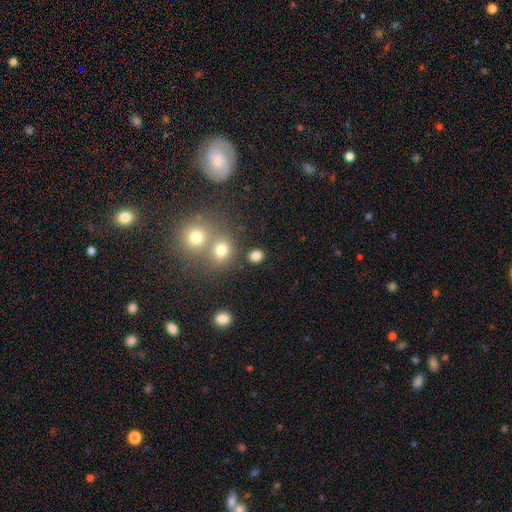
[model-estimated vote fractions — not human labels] smooth_or_featured: smooth (p=0.80) [alt: star or artifact p=0.14]
how_rounded: round (p=0.69) [alt: in between p=0.30]
merging: none (p=0.77) [alt: merger p=0.12]